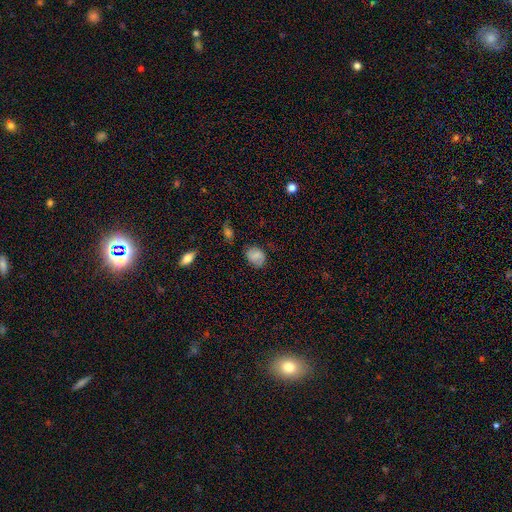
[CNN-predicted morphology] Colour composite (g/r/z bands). It shows a smooth galaxy with no disk features (69%) that is in between round and cigar-shaped (63%). Merging: none (72%).